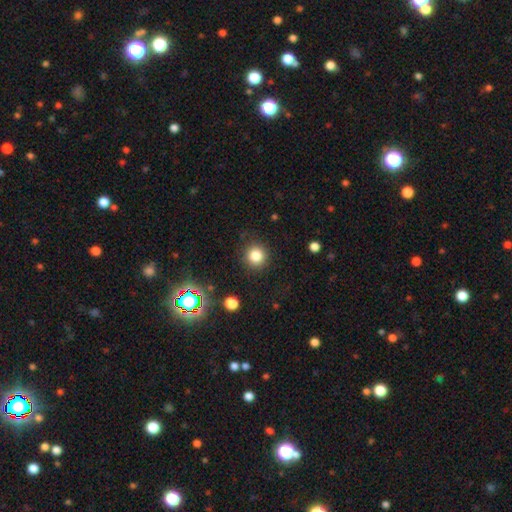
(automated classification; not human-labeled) smooth 82%, star or artifact 13%, featured or disk 5%. Down the decision tree: how rounded — round (92%); merging — none (88%).